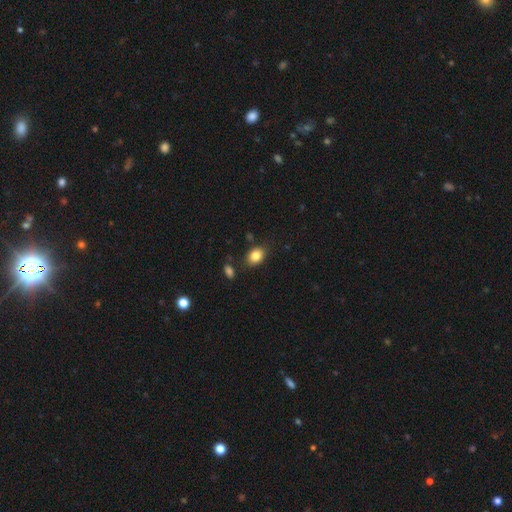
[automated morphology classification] Overall: smooth (83%). How rounded: in between (75%). Merging: none (81%).